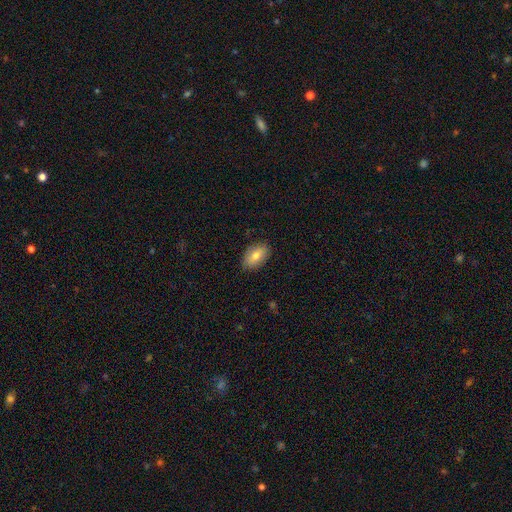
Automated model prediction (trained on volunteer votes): This appears to be a smooth galaxy with no disk features (75%) that is in between round and cigar-shaped (90%). Merging: none (84%).